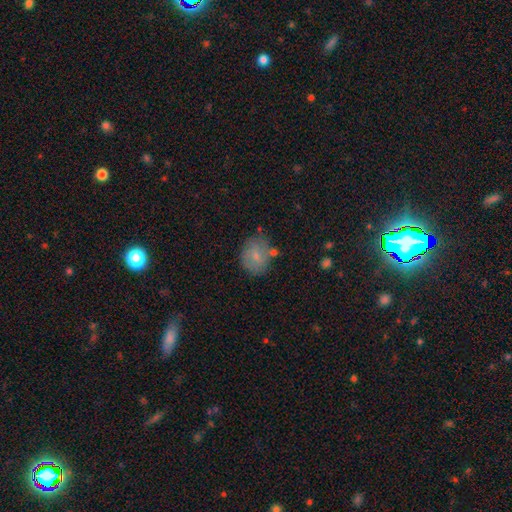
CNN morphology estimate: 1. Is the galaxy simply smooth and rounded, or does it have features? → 72% smooth, 20% featured or disk, 9% star or artifact.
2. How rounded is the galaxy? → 52% round, 47% in between, 1% cigar-shaped.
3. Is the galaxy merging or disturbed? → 66% none, 20% minor disturbance, 8% merger, 6% major disturbance.